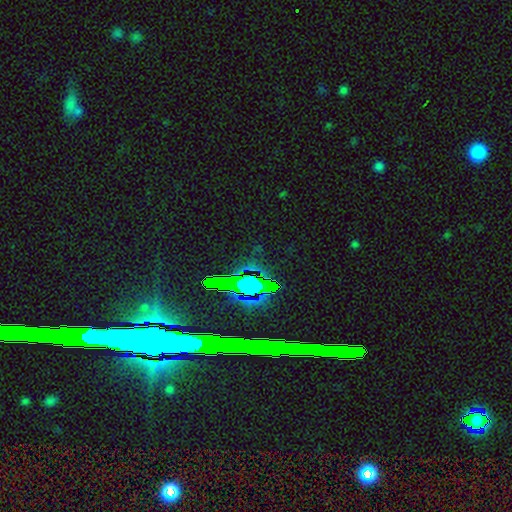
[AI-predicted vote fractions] Smooth or featured: star or artifact — 79% (featured or disk — 12%)